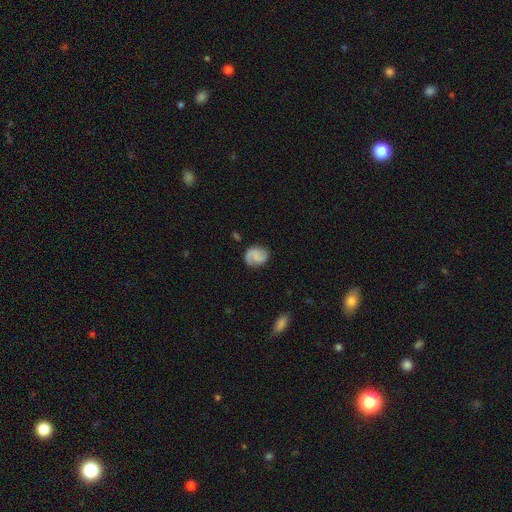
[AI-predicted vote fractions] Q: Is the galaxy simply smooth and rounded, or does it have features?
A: featured or disk — 57%.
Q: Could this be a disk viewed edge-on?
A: no — 98%.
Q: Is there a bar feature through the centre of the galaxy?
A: no — 55%.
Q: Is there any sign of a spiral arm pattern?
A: yes — 93%.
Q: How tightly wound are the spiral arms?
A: medium — 43%.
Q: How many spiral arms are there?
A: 2 — 75%.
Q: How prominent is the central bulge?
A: none — 61%.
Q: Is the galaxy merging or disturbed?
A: none — 75%.